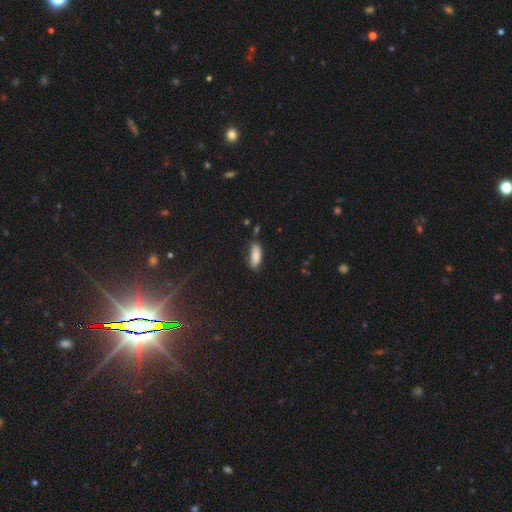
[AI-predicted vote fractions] Smooth or featured?
  - smooth: 86% *
  - featured or disk: 7%
  - star or artifact: 7%
How rounded?
  - in between: 72% *
  - cigar-shaped: 26%
  - round: 2%
Merging?
  - none: 71% *
  - minor disturbance: 21%
  - major disturbance: 4%
  - merger: 3%